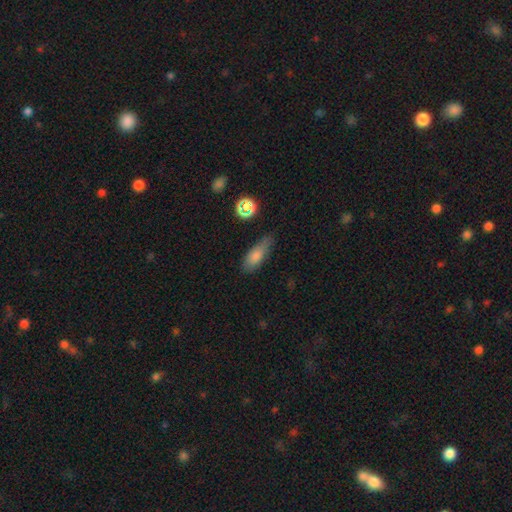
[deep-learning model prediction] This is likely a smooth galaxy (75%). How rounded: likely in between (68%). Merging: likely none (63%).